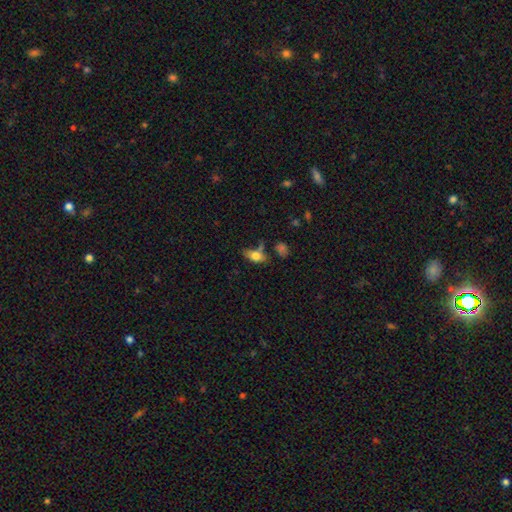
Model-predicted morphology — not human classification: type=smooth (73%); roundness=in between (83%); merging=none (51%).